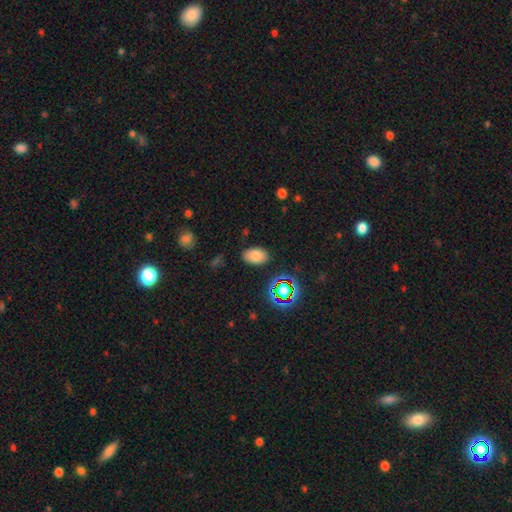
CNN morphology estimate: smooth_or_featured: smooth (p=0.78) [alt: star or artifact p=0.14]
how_rounded: in between (p=0.89) [alt: round p=0.10]
merging: none (p=0.84) [alt: minor disturbance p=0.11]